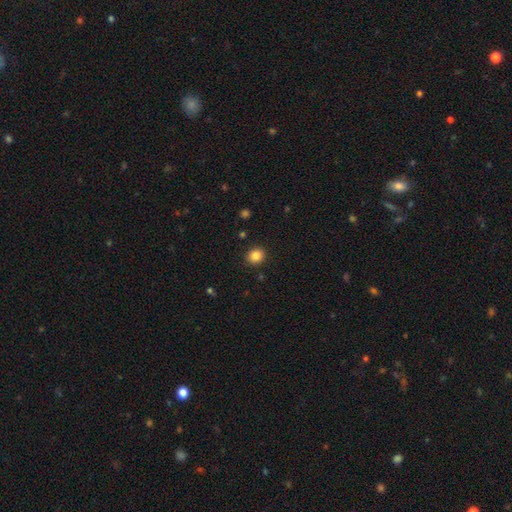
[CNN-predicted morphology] Smooth or featured?
  - smooth: 85% *
  - star or artifact: 11%
  - featured or disk: 4%
How rounded?
  - round: 75% *
  - in between: 24%
  - cigar-shaped: 1%
Merging?
  - none: 90% *
  - minor disturbance: 6%
  - major disturbance: 2%
  - merger: 1%